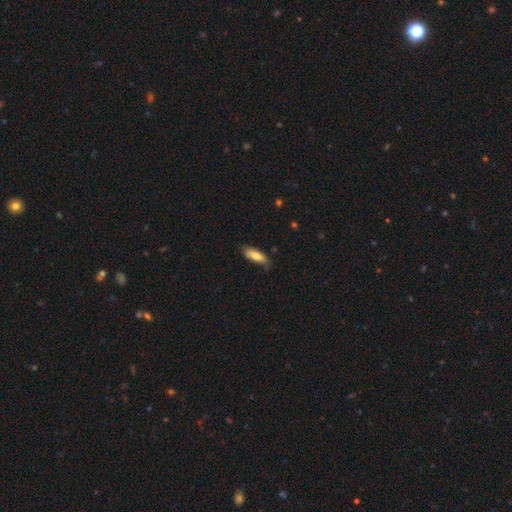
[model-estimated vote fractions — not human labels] Smooth or featured?
  - smooth: 75% *
  - featured or disk: 19%
  - star or artifact: 6%
How rounded?
  - in between: 60% *
  - cigar-shaped: 38%
  - round: 2%
Merging?
  - none: 73% *
  - minor disturbance: 22%
  - major disturbance: 4%
  - merger: 1%